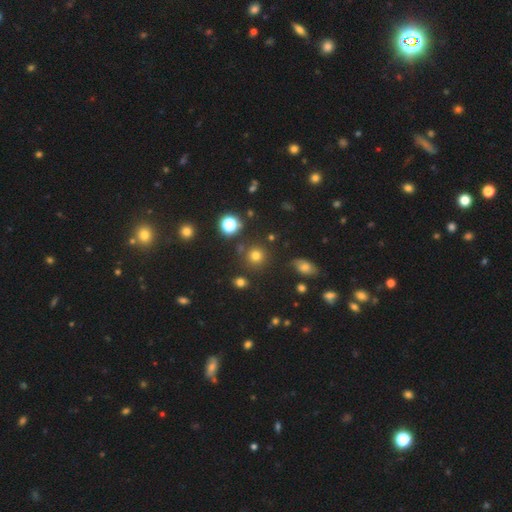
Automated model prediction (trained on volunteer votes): This appears to be a smooth galaxy with no disk features (72%) that is round (92%). Merging: none (83%).